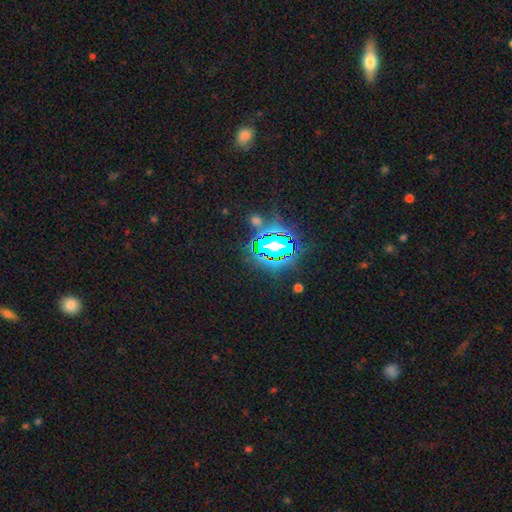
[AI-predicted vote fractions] Smooth or featured?
  - star or artifact: 81% *
  - smooth: 12%
  - featured or disk: 7%